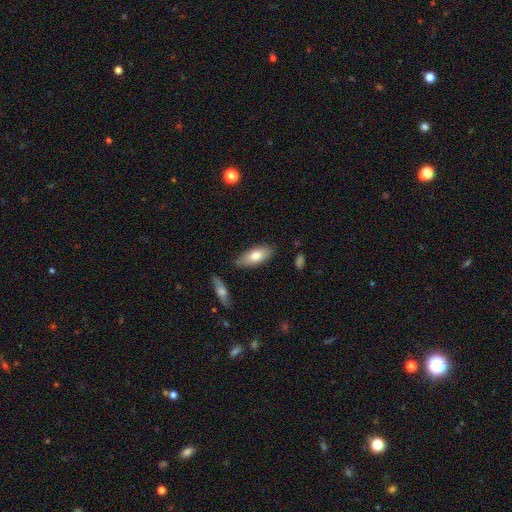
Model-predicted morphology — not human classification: Smooth or featured? Predicted: smooth (p=0.76). How rounded? Predicted: in between (p=0.84). Merging? Predicted: none (p=0.80).